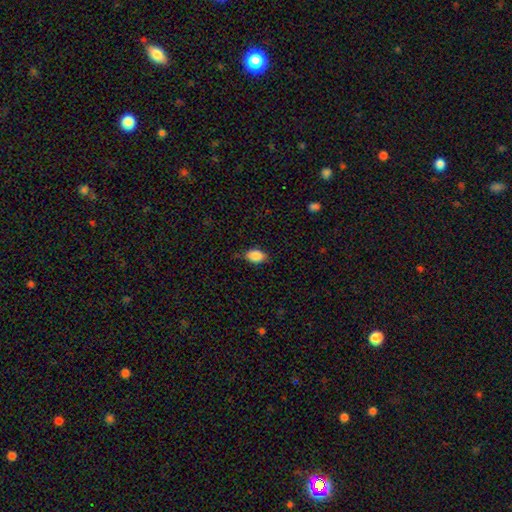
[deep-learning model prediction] A smooth galaxy with no disk features (88%) that is in between round and cigar-shaped (86%). Merging: none (73%).